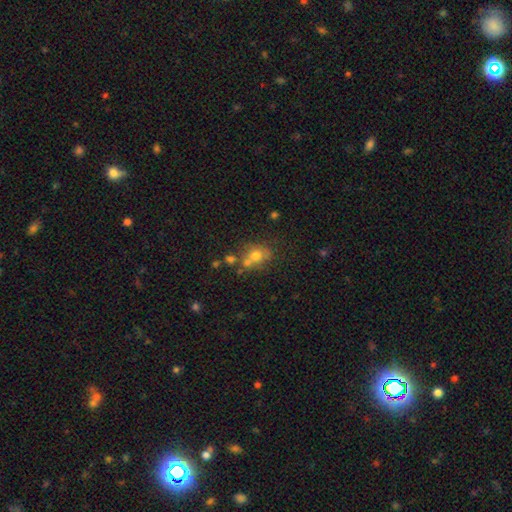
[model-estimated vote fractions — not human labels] Smooth or featured: smooth — 66% (featured or disk — 19%)
How rounded: round — 61% (in between — 38%)
Merging: none — 45% (merger — 33%)